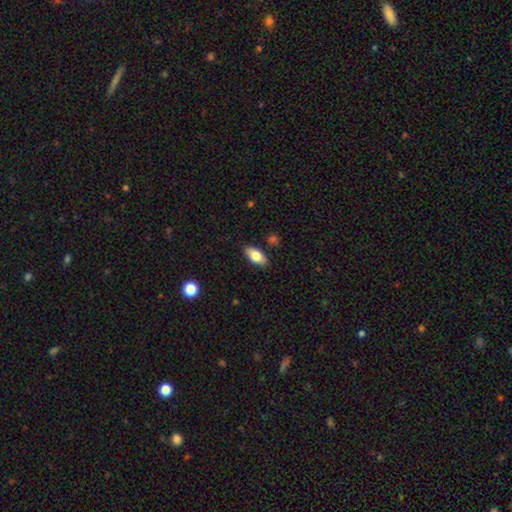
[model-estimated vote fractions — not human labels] smooth 78%, featured or disk 15%, star or artifact 7%. Down the decision tree: how rounded — in between (88%); merging — none (87%).